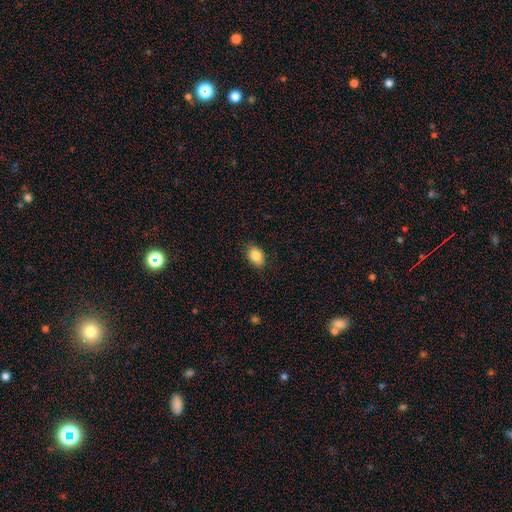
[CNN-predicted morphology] type=smooth (86%); roundness=in between (80%); merging=none (86%).